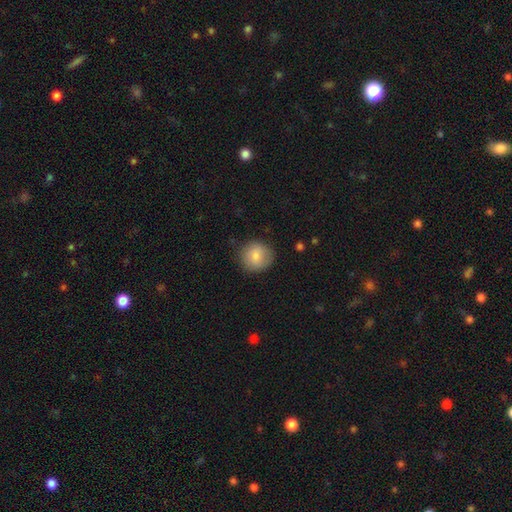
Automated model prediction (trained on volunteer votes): The model was most divided on "merging": none: 83%, minor disturbance: 13%, major disturbance: 3%, merger: 1%. More confident: how rounded — round (90%); smooth or featured — smooth (83%).